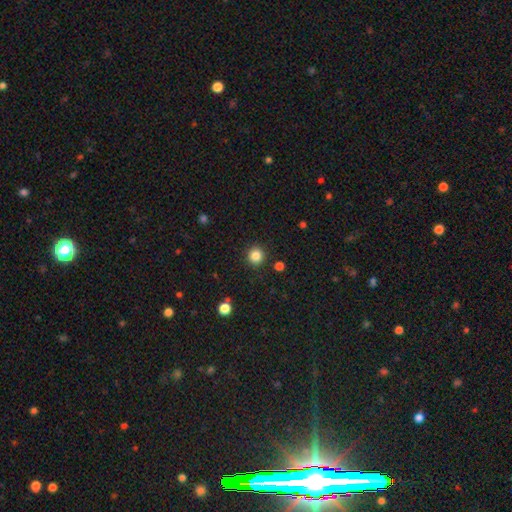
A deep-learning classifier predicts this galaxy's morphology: The model was most divided on "smooth or featured": smooth: 84%, star or artifact: 11%, featured or disk: 5%. More confident: how rounded — round (93%); merging — none (91%).